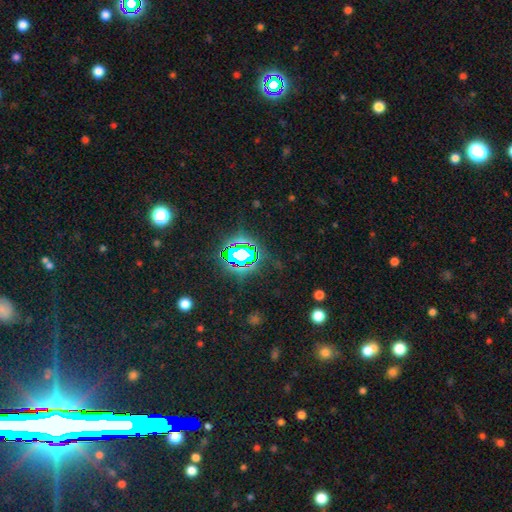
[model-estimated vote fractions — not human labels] Q: Smooth or featured?
A: star or artifact (75%); runner-up: smooth (15%)